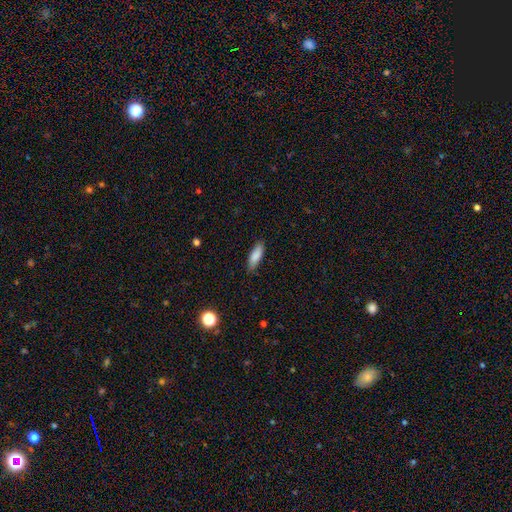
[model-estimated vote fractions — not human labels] smooth 86%, featured or disk 8%, star or artifact 6%. Down the decision tree: how rounded — in between (57%); merging — none (84%).